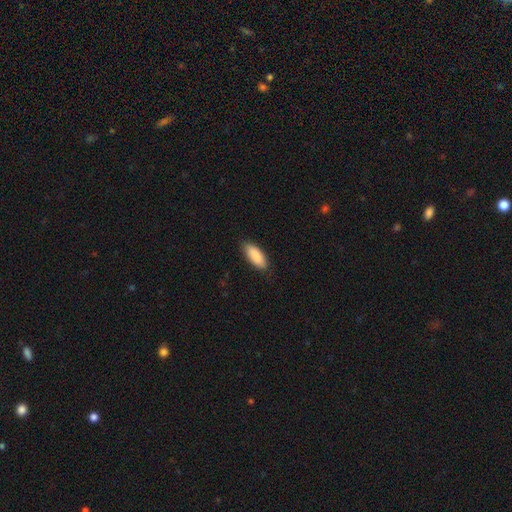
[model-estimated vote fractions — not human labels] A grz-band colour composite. It shows a smooth galaxy with no disk features (90%) that is in between round and cigar-shaped (80%). Merging: none (86%).